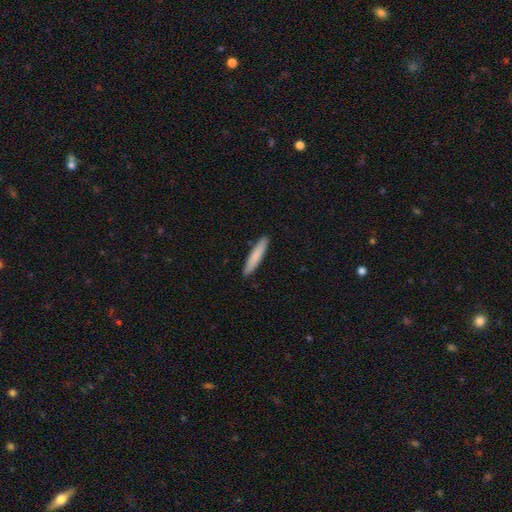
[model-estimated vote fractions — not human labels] Smooth or featured: smooth — 80% (featured or disk — 14%)
How rounded: cigar-shaped — 92% (in between — 7%)
Merging: none — 91% (minor disturbance — 7%)